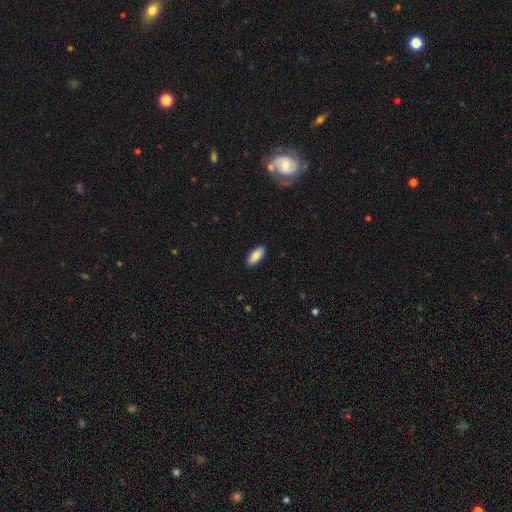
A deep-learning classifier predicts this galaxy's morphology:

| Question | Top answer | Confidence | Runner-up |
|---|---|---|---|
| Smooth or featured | smooth | 86% | featured or disk (8%) |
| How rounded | in between | 86% | cigar-shaped (13%) |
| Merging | none | 90% | minor disturbance (7%) |